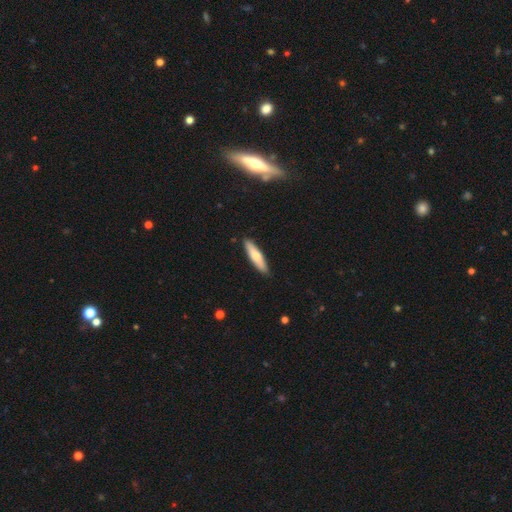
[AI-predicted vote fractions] Smooth or featured: smooth — 65% (featured or disk — 30%)
How rounded: cigar-shaped — 76% (in between — 22%)
Merging: none — 89% (minor disturbance — 8%)